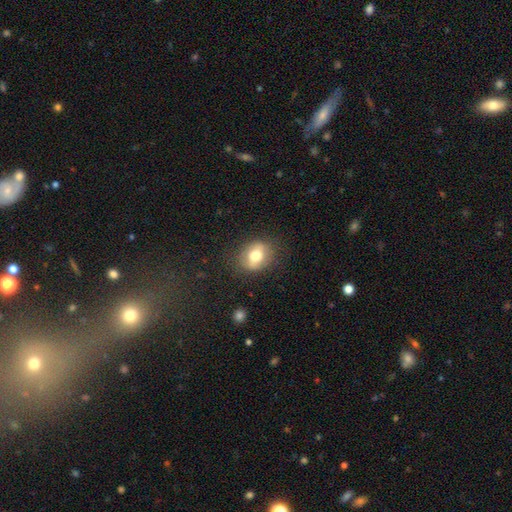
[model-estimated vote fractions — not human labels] Morphology: type=smooth (66%); roundness=round (52%); merging=none (80%).